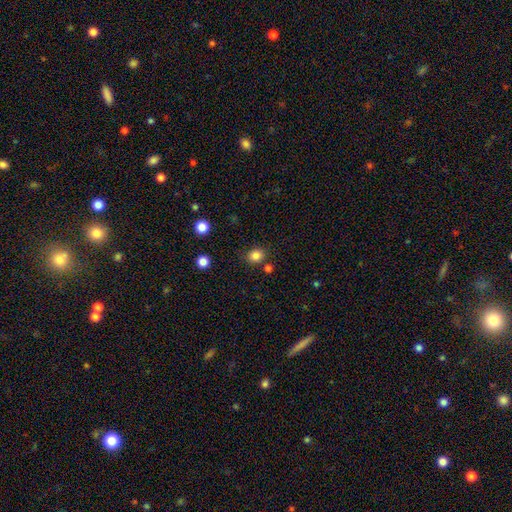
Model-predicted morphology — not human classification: Smooth or featured?
  - smooth: 84% *
  - star or artifact: 12%
  - featured or disk: 4%
How rounded?
  - round: 64% *
  - in between: 35%
  - cigar-shaped: 1%
Merging?
  - none: 82% *
  - minor disturbance: 10%
  - merger: 5%
  - major disturbance: 3%